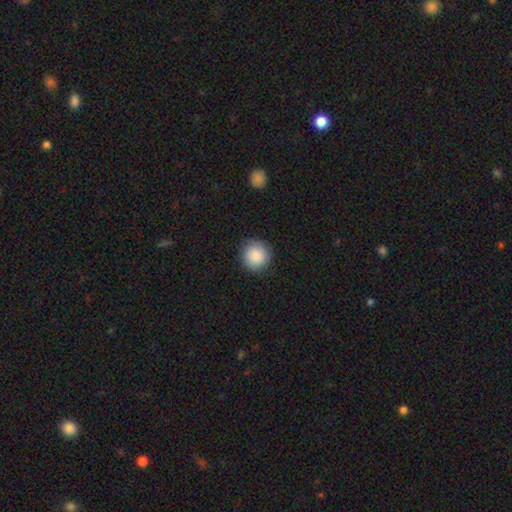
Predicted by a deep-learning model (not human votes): smooth 89%, star or artifact 7%, featured or disk 4%. Down the decision tree: how rounded — round (94%); merging — none (89%).